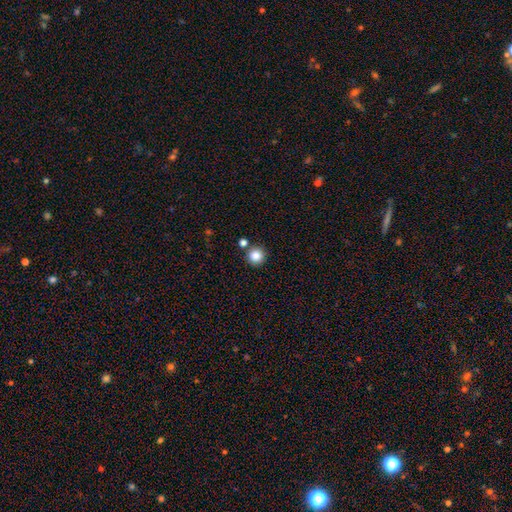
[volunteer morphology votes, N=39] Smooth or featured? 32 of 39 (82%) said smooth. How rounded? 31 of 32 (97%) said round. Merging? 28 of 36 (78%) said none.